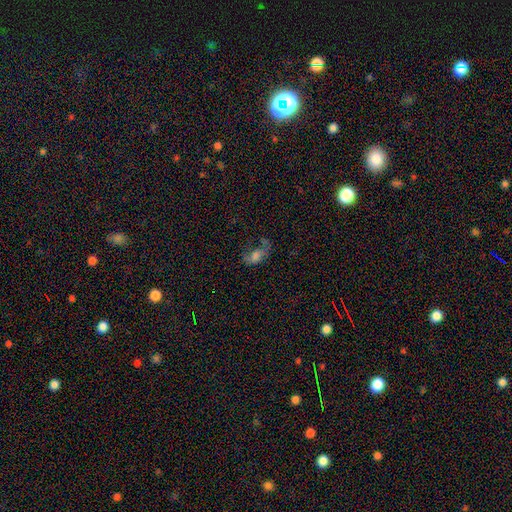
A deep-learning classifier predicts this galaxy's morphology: Q: Smooth or featured?
A: smooth (49%); runner-up: featured or disk (31%)
Q: Merging?
A: none (35%); tied with: major disturbance (35%)